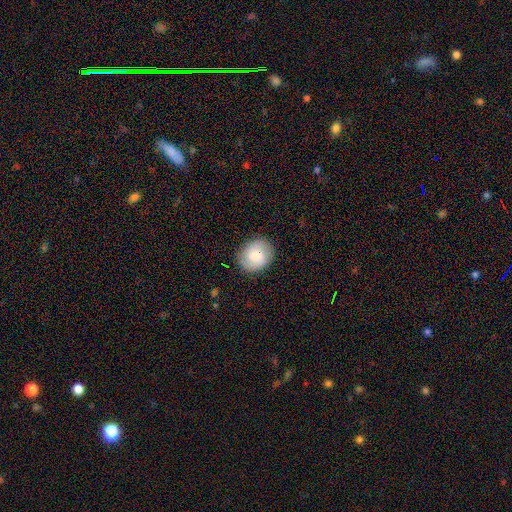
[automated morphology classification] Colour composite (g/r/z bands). It shows a smooth galaxy with no disk features (67%) that is round (64%). Merging: none (86%).